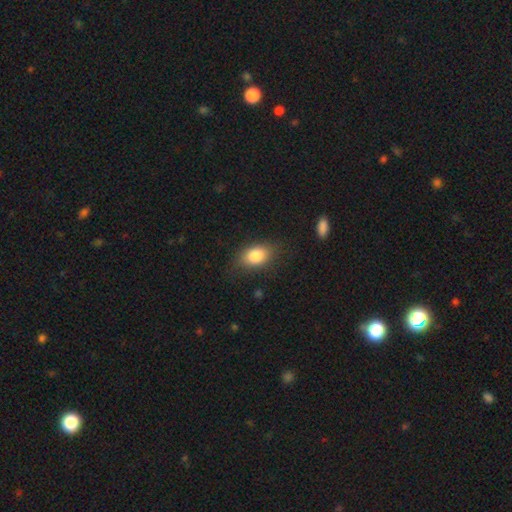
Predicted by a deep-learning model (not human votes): Smooth or featured? smooth (83%)
How rounded? in between (83%)
Merging? none (77%)